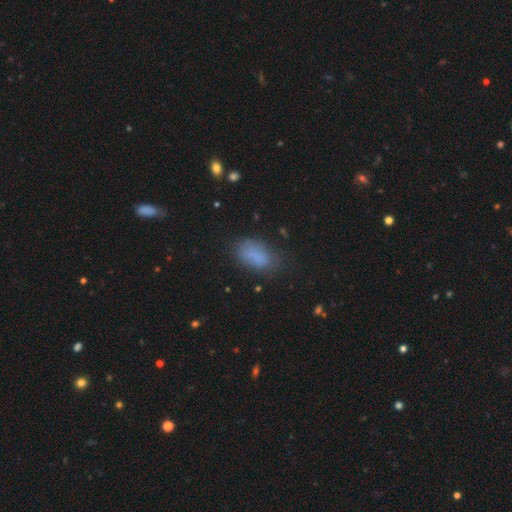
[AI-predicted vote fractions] The model was most divided on "merging": none: 63%, minor disturbance: 24%, major disturbance: 9%, merger: 4%. More confident: how rounded — in between (90%); smooth or featured — smooth (78%).